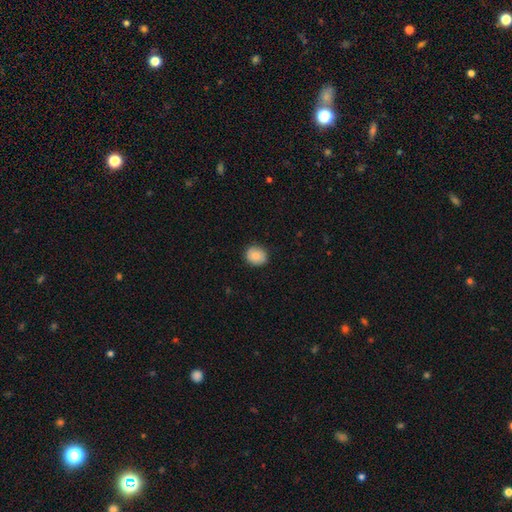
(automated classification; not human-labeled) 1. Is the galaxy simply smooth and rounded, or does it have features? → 84% smooth, 8% featured or disk, 8% star or artifact.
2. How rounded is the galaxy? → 74% round, 25% in between, 1% cigar-shaped.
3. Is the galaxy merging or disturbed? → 88% none, 9% minor disturbance, 2% major disturbance, 1% merger.